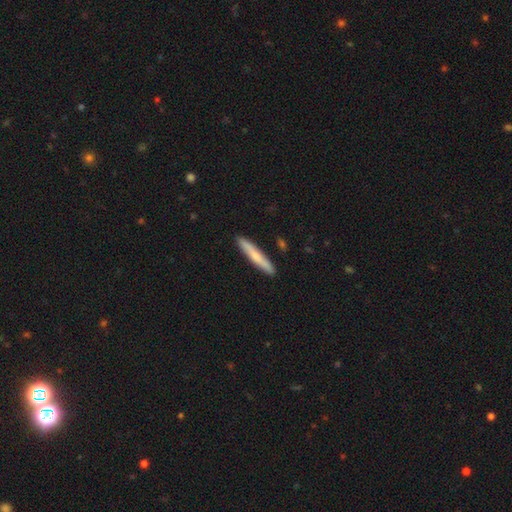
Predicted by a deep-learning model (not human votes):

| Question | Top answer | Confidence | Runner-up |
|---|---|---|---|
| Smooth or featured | smooth | 68% | featured or disk (27%) |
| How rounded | cigar-shaped | 95% | in between (4%) |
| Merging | none | 90% | minor disturbance (7%) |